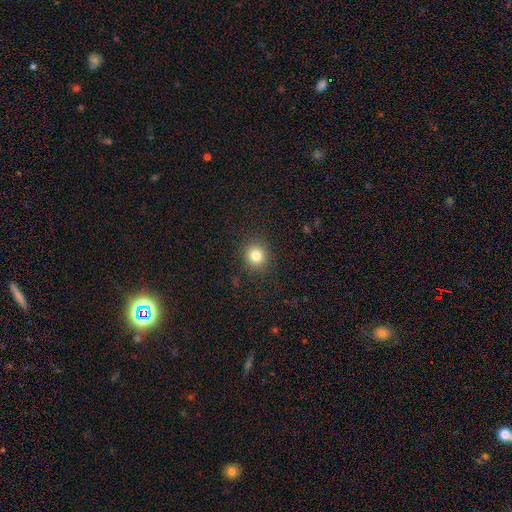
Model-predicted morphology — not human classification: This appears to be a smooth galaxy with no disk features (82%) that is round (86%). Merging: none (90%).